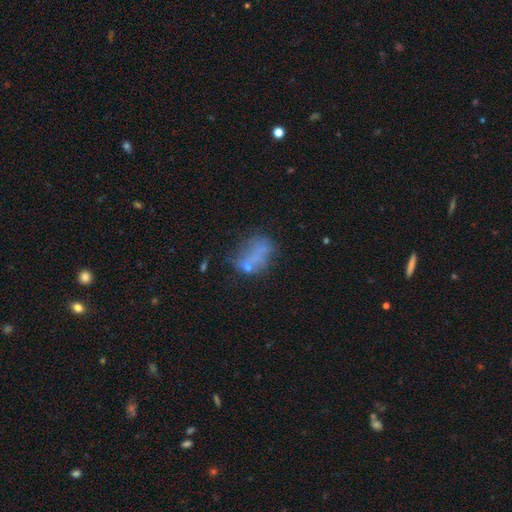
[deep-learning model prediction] A smooth galaxy with no disk features (51%) that is in between round and cigar-shaped (74%).

Vote fractions:
- Smooth or featured? smooth: 51% / featured or disk: 29% / star or artifact: 19%
- How rounded? in between: 74% / round: 18% / cigar-shaped: 8%
- Merging? none: 41% / minor disturbance: 22% / major disturbance: 21% / merger: 17%